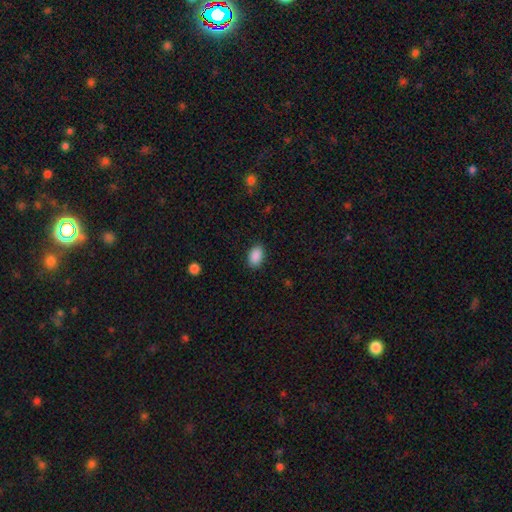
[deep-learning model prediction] Overall: smooth (90%). How rounded: in between (91%). Merging: none (88%).